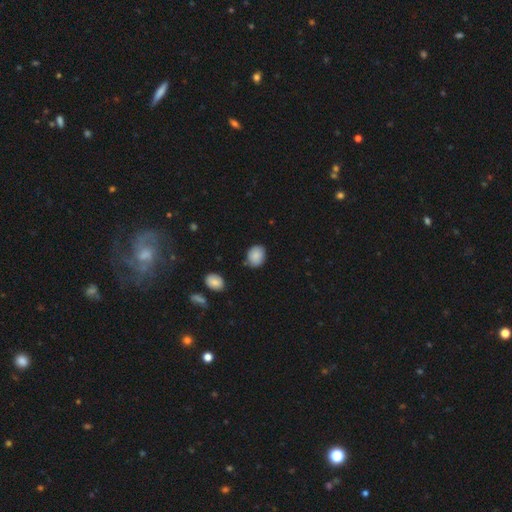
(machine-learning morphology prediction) This is clearly a smooth galaxy (85%). How rounded: possibly in between (52%). Merging: likely none (76%).